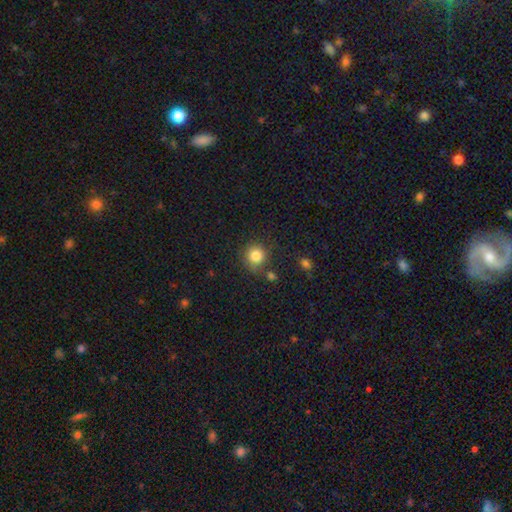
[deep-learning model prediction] smooth-or-featured: smooth: 84% | star or artifact: 11% | featured or disk: 5%
  how-rounded: round: 90% | in between: 9% | cigar-shaped: 1%
  merging: none: 76% | minor disturbance: 12% | merger: 7% | major disturbance: 4%